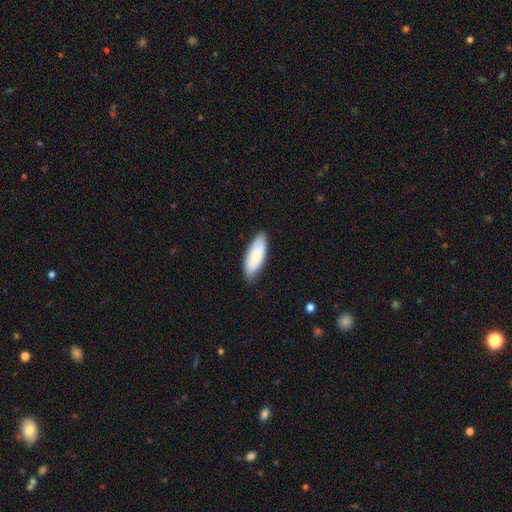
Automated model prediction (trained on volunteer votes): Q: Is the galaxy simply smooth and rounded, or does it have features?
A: smooth — 74%.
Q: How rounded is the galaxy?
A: in between — 72%.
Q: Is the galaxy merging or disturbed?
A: none — 80%.